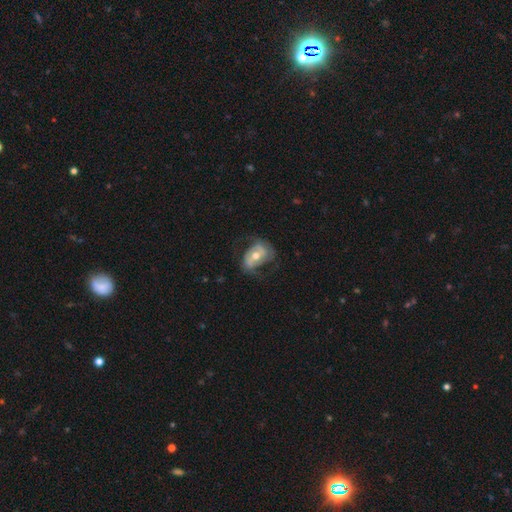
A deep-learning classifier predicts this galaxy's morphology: smooth_or_featured: featured or disk (p=0.66) [alt: smooth p=0.28]
disk_edge_on: no (p=0.95) [alt: yes p=0.05]
bar: no (p=0.39) [alt: weak p=0.34]
has_spiral_arms: yes (p=0.71) [alt: no p=0.29]
bulge_size: moderate (p=0.74) [alt: small p=0.18]
merging: none (p=0.54) [alt: minor disturbance p=0.24]